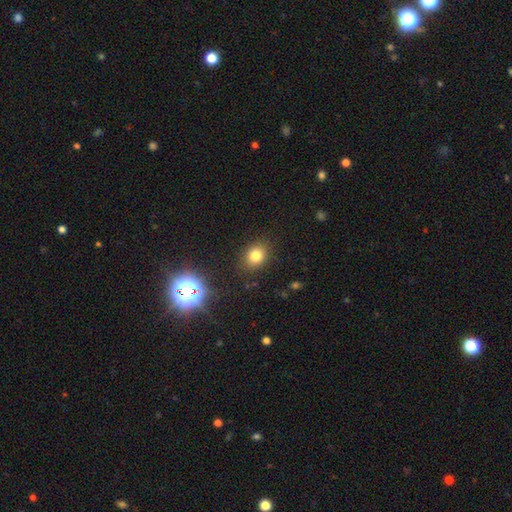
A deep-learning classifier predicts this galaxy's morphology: A smooth galaxy with no disk features (77%) that is round (57%). Merging: none (86%).